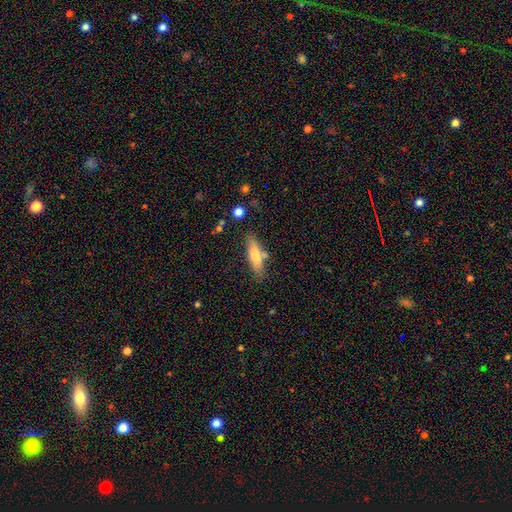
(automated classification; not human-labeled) smooth 76%, featured or disk 17%, star or artifact 7%. Down the decision tree: how rounded — cigar-shaped (59%); merging — none (72%).